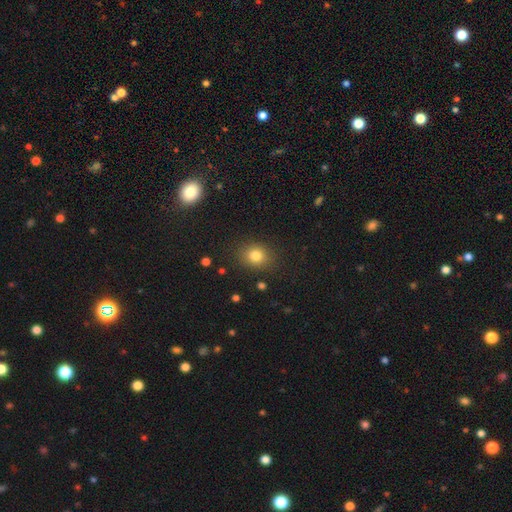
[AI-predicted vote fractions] This is clearly a smooth galaxy (80%). How rounded: likely round (63%). Merging: clearly none (86%).